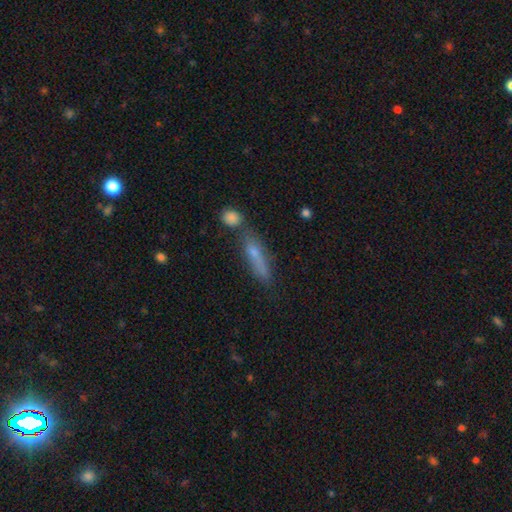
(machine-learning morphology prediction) Overall: smooth (61%; featured or disk 30%). How rounded: cigar-shaped (75%). Merging: none (57%; merger 20%).